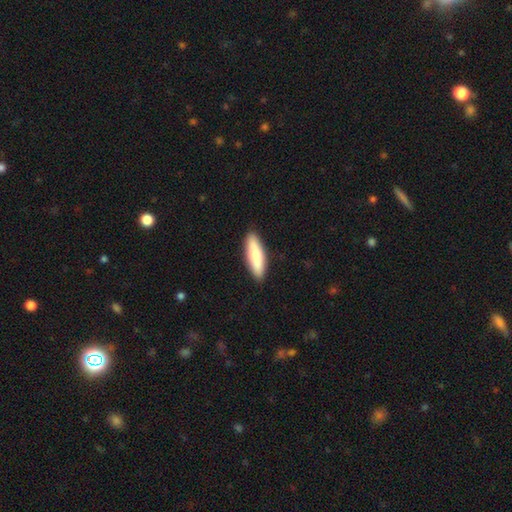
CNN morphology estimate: Smooth or featured? Predicted: smooth (p=0.76). How rounded? Predicted: cigar-shaped (p=0.63). Merging? Predicted: none (p=0.90).